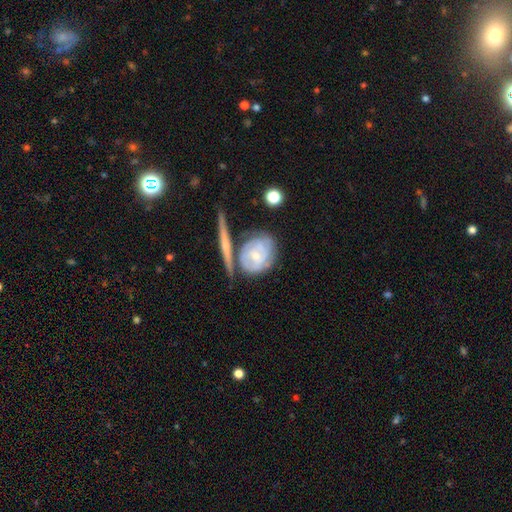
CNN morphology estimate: Overall: featured or disk (68%). Edge-on disk: no (91%). Bar: no (66%; weak 27%). Spiral arms: yes (81%). Bulge size: small (54%; moderate 40%). Merging: none (53%; minor disturbance 20%).